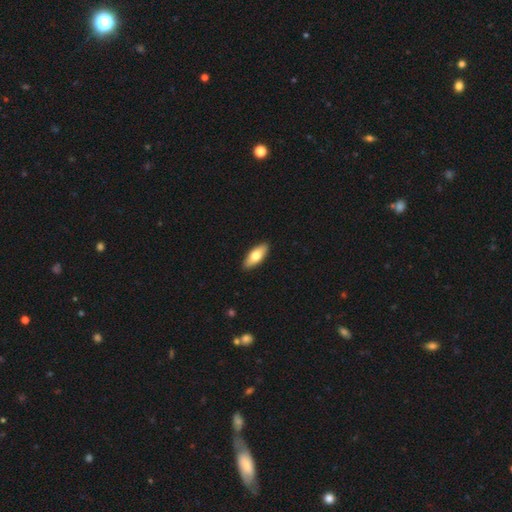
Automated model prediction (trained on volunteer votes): smooth 70%, featured or disk 24%, star or artifact 5%. Down the decision tree: how rounded — in between (78%); merging — none (91%).